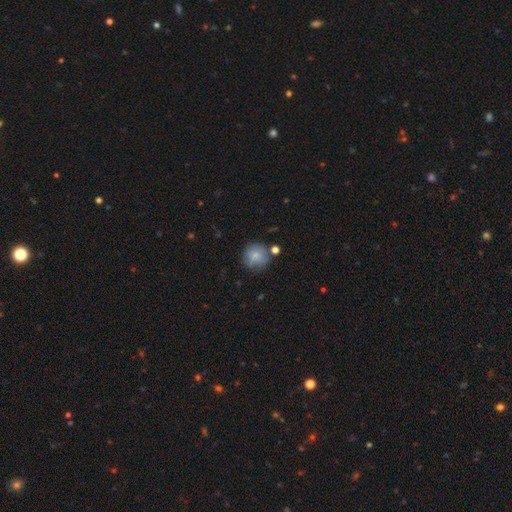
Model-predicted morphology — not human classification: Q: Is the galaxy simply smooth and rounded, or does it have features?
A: smooth — 82%.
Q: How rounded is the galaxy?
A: round — 91%.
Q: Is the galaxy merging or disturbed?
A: none — 70%.